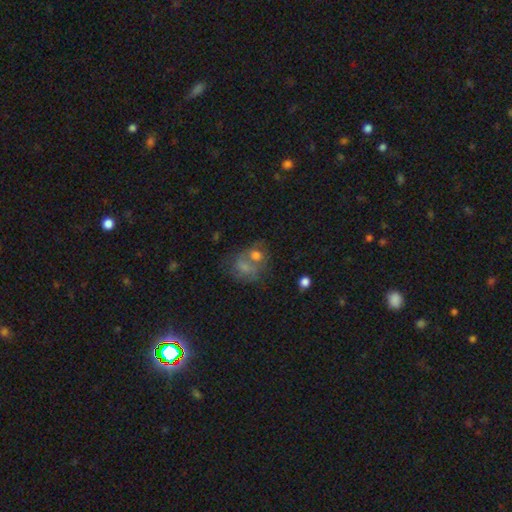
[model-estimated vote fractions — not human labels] This appears to be a smooth galaxy with no disk features (61%) that is round (53%). Merging: merger (49%).